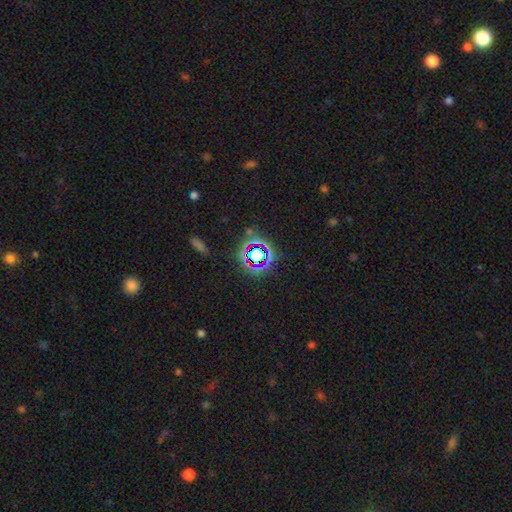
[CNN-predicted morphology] Q: Smooth or featured?
A: star or artifact (71%); runner-up: smooth (19%)